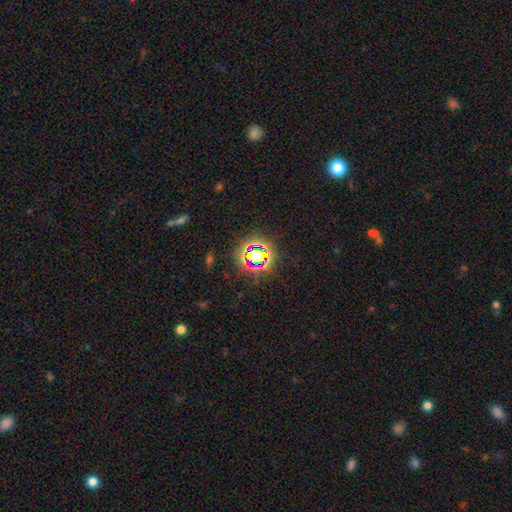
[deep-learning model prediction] Smooth or featured? Predicted: star or artifact (p=0.68).